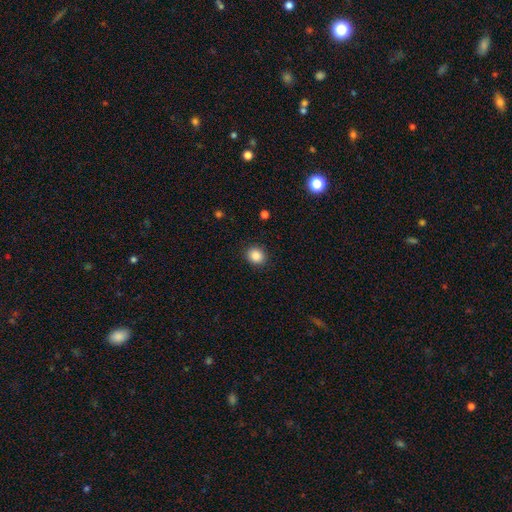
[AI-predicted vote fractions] Smooth or featured? Predicted: smooth (p=0.87). How rounded? Predicted: round (p=0.80). Merging? Predicted: none (p=0.90).